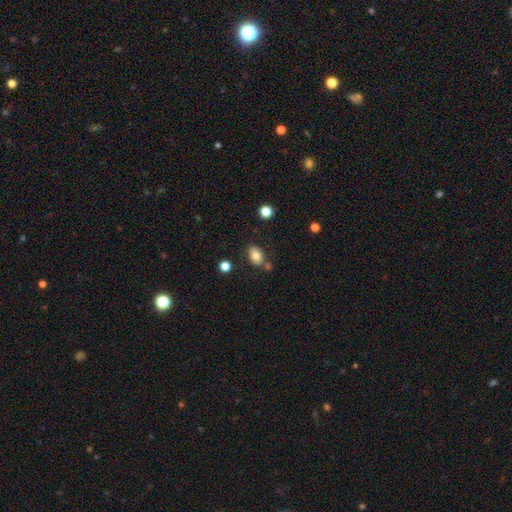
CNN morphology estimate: Smooth or featured? smooth (78%)
How rounded? in between (77%)
Merging? none (72%)